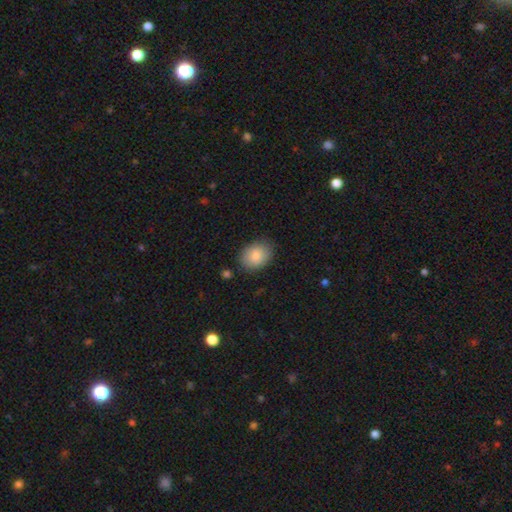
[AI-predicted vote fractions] Smooth or featured? smooth (83%)
How rounded? in between (66%)
Merging? none (83%)